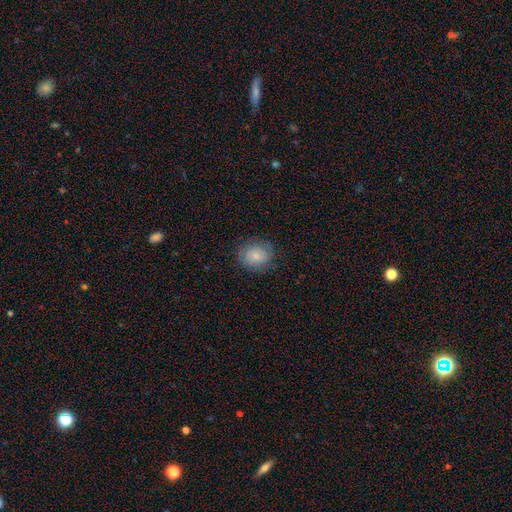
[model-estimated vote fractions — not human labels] smooth_or_featured: smooth (p=0.76) [alt: featured or disk p=0.16]
how_rounded: round (p=0.70) [alt: in between p=0.29]
merging: none (p=0.82) [alt: minor disturbance p=0.13]